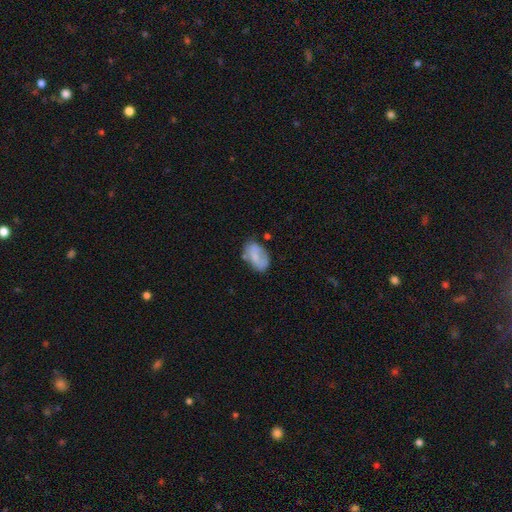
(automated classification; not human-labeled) A smooth galaxy with no disk features (70%) that is in between round and cigar-shaped (91%).

Vote fractions:
- Smooth or featured? smooth: 70% / featured or disk: 22% / star or artifact: 8%
- How rounded? in between: 91% / round: 7% / cigar-shaped: 2%
- Merging? none: 59% / minor disturbance: 25% / major disturbance: 9% / merger: 8%